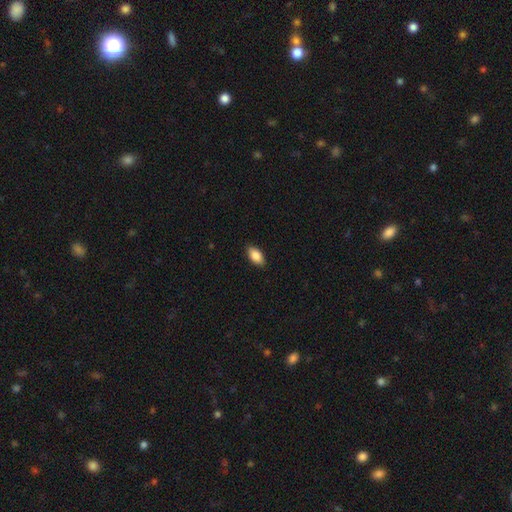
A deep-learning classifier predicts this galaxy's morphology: Smooth or featured? smooth (87%)
How rounded? in between (92%)
Merging? none (88%)